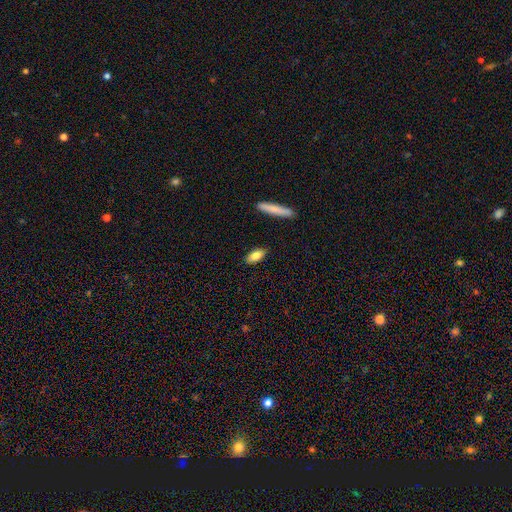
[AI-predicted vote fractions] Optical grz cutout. It shows a smooth galaxy with no disk features (83%) that is in between round and cigar-shaped (81%). Merging: none (88%).